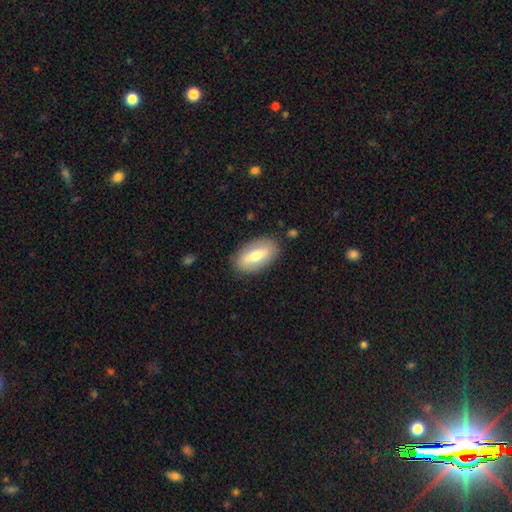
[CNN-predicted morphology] Smooth or featured? smooth (63%)
How rounded? in between (91%)
Merging? none (85%)